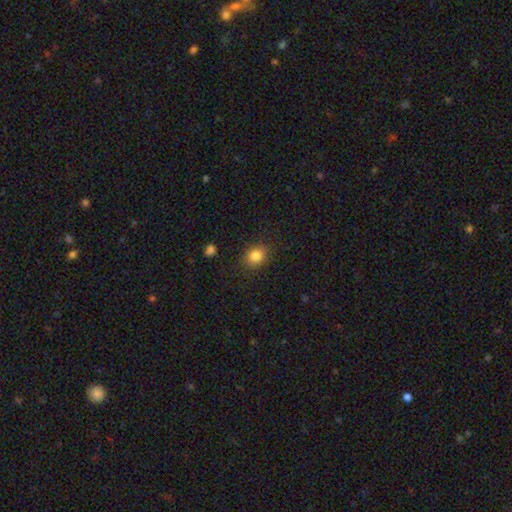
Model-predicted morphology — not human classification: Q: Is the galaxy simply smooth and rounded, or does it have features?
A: smooth — 83%.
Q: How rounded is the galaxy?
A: round — 60%.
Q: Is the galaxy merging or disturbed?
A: none — 87%.